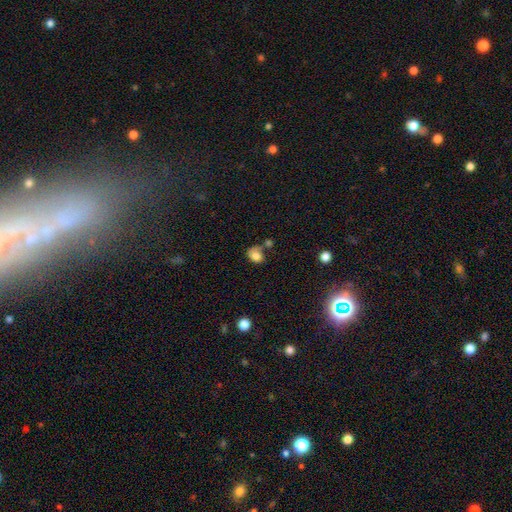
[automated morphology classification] The model was most divided on "how rounded": in between: 53%, round: 46%, cigar-shaped: 1%. Remaining: smooth or featured — smooth (77%); merging — none (37%).